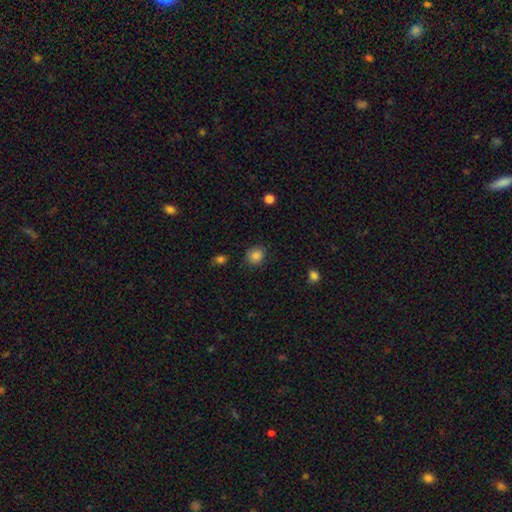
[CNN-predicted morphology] This is clearly a smooth galaxy (85%). How rounded: likely round (75%). Merging: clearly none (83%).